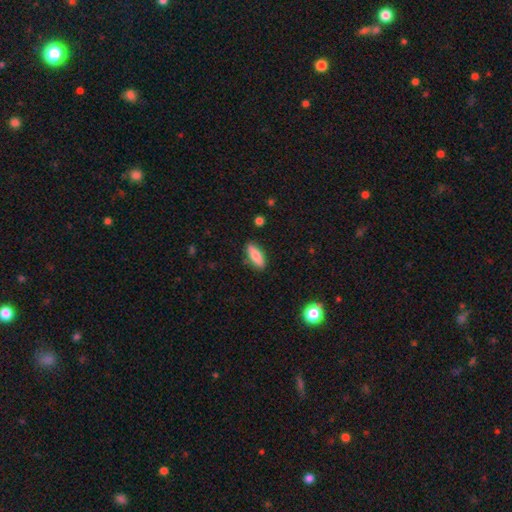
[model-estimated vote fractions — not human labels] Smooth or featured?
  - smooth: 78% *
  - featured or disk: 15%
  - star or artifact: 6%
How rounded?
  - in between: 68% *
  - cigar-shaped: 30%
  - round: 2%
Merging?
  - none: 85% *
  - minor disturbance: 11%
  - major disturbance: 2%
  - merger: 2%